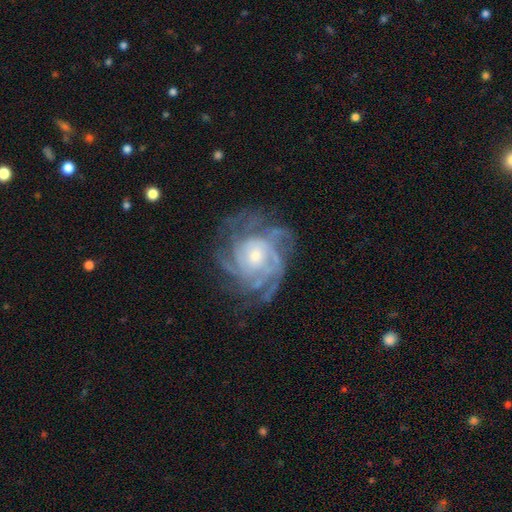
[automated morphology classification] Smooth or featured?
  - featured or disk: 87% *
  - star or artifact: 7%
  - smooth: 6%
Edge-on disk?
  - no: 97% *
  - yes: 3%
Bar?
  - no: 73% *
  - weak: 22%
  - strong: 5%
Spiral arms?
  - yes: 96% *
  - no: 4%
Spiral winding?
  - tight: 63% *
  - medium: 30%
  - loose: 7%
Spiral arm count?
  - 4: 30% *
  - can't tell: 25%
  - 3: 16%
  - more than 4: 16%
  - 2: 8%
  - 1: 6%
Bulge size?
  - moderate: 47% *
  - small: 44%
  - large: 6%
  - none: 2%
  - dominant: 1%
Merging?
  - none: 68% *
  - minor disturbance: 18%
  - major disturbance: 12%
  - merger: 2%